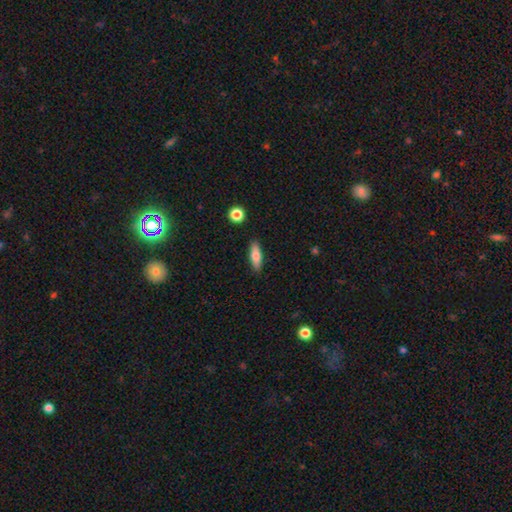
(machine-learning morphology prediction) This appears to be a smooth galaxy with no disk features (74%) that is in between round and cigar-shaped (51%). Merging: none (87%).